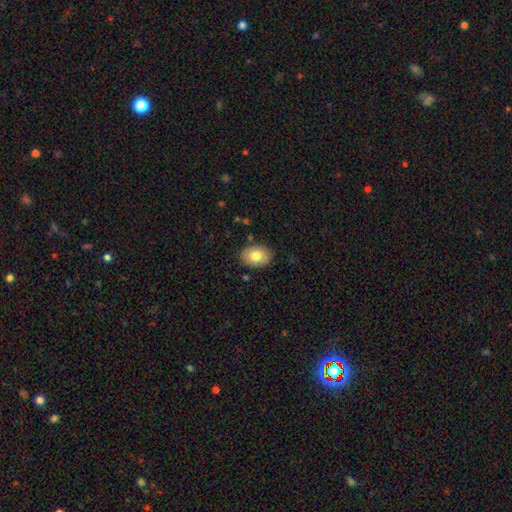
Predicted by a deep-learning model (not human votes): This appears to be a smooth galaxy with no disk features (79%) that is in between round and cigar-shaped (78%). Merging: none (87%).